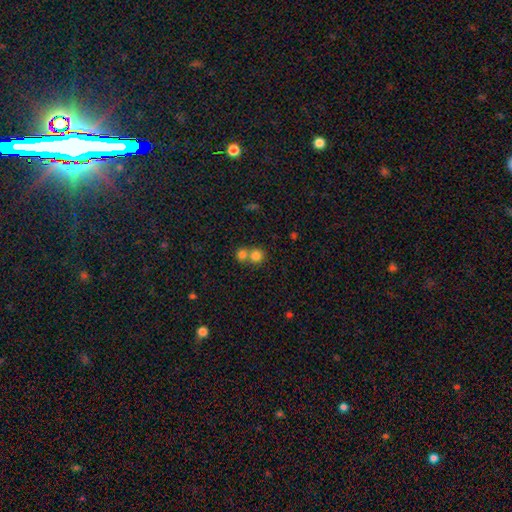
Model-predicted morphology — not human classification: Overall: smooth (79%). How rounded: round (88%). Merging: merger (50%; none 43%).